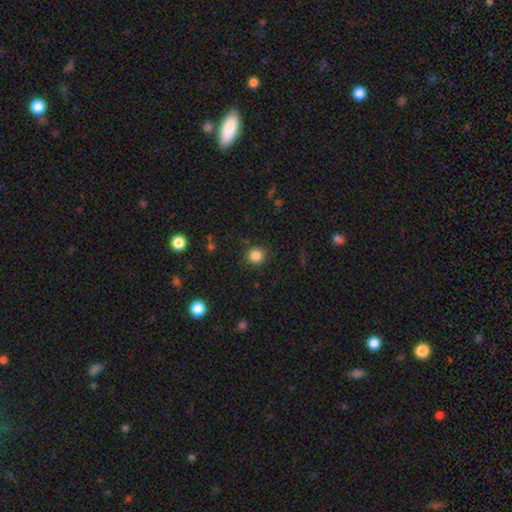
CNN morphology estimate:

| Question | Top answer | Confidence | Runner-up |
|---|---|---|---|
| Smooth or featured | smooth | 84% | star or artifact (12%) |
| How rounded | round | 93% | in between (6%) |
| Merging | none | 89% | minor disturbance (7%) |